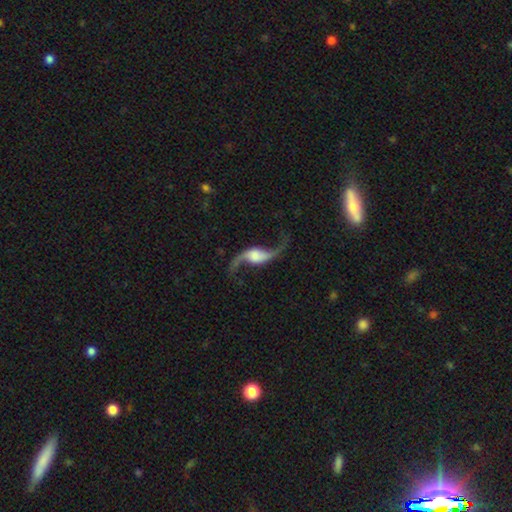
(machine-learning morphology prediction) This appears to be a featured or disk galaxy (91%) with no bar (50%), 2 (95%) loose (94%) spiral arms (97%) and a large central bulge (32%). Merging: none (79%).